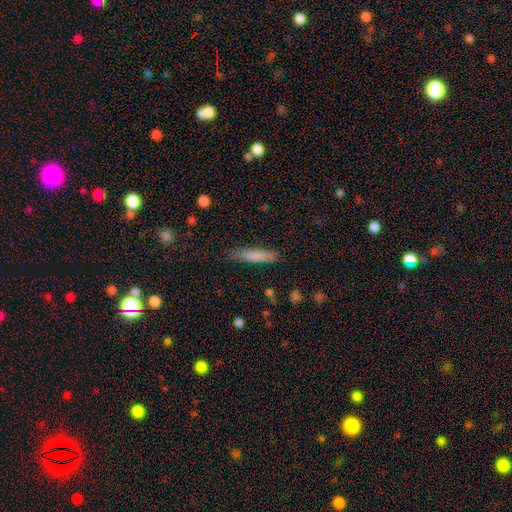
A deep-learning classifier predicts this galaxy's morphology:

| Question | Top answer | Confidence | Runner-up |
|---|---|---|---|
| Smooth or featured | smooth | 80% | featured or disk (13%) |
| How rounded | cigar-shaped | 82% | in between (16%) |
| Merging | none | 77% | minor disturbance (18%) |